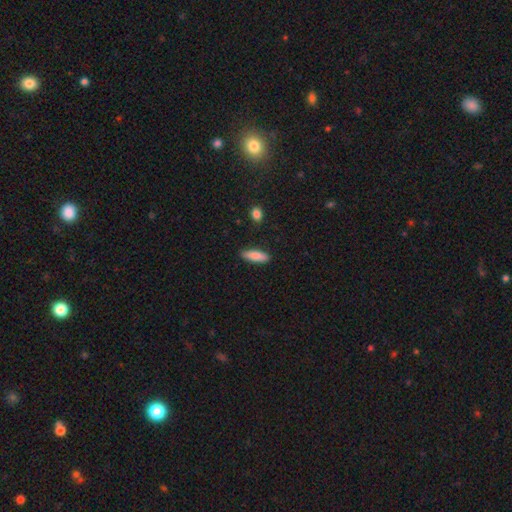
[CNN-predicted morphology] Overall: smooth (84%). How rounded: cigar-shaped (53%; in between 45%). Merging: none (88%).